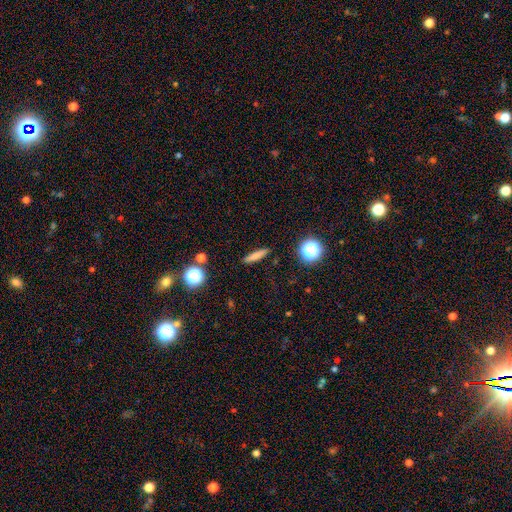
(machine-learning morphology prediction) A smooth galaxy with no disk features (74%) that is cigar-shaped (82%).

Vote fractions:
- Smooth or featured? smooth: 74% / featured or disk: 15% / star or artifact: 11%
- How rounded? cigar-shaped: 82% / in between: 12% / round: 6%
- Merging? none: 89% / minor disturbance: 7% / major disturbance: 2% / merger: 2%